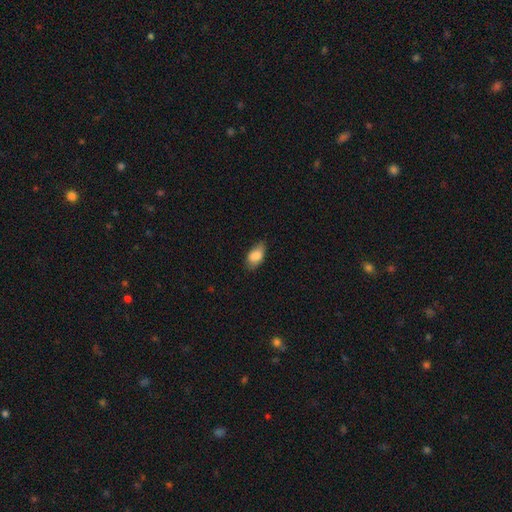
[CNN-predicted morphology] Smooth or featured: smooth — 85% (featured or disk — 8%)
How rounded: in between — 91% (round — 6%)
Merging: none — 66% (minor disturbance — 27%)